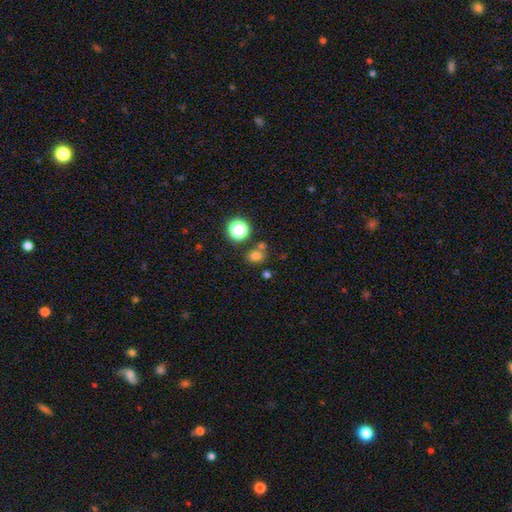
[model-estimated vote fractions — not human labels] Q: Smooth or featured?
A: smooth (71%); runner-up: star or artifact (21%)
Q: How rounded?
A: round (54%); runner-up: in between (45%)
Q: Merging?
A: none (67%); runner-up: merger (17%)